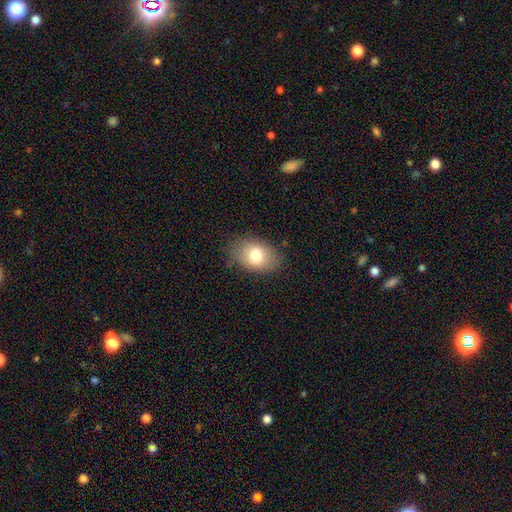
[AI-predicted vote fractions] Overall: smooth (76%). How rounded: in between (81%). Merging: none (79%).